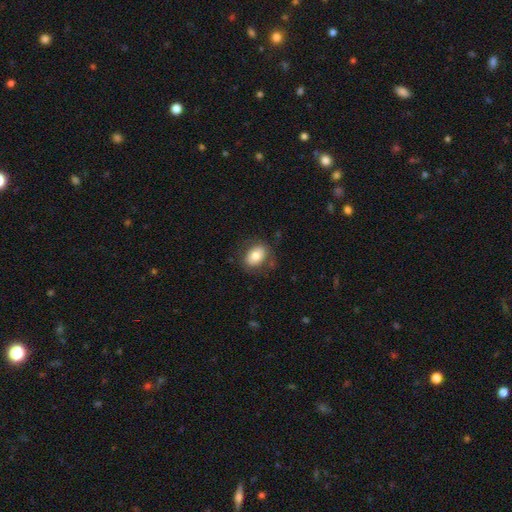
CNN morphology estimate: Smooth or featured? Predicted: smooth (p=0.77). How rounded? Predicted: in between (p=0.76). Merging? Predicted: none (p=0.77).